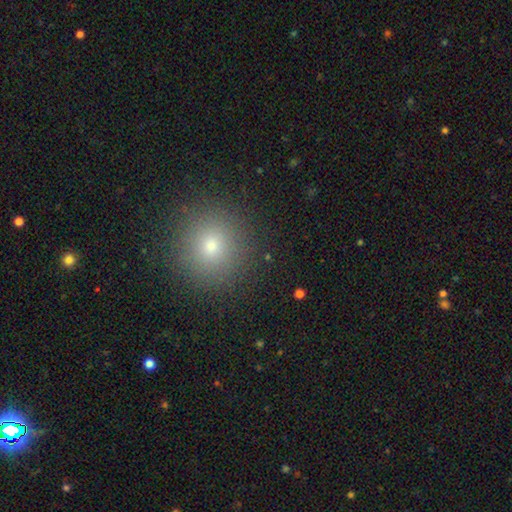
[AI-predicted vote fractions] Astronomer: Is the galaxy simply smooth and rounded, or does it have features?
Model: smooth — 69%.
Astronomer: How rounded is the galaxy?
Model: round — 94%.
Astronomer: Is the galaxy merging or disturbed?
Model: none — 93%.